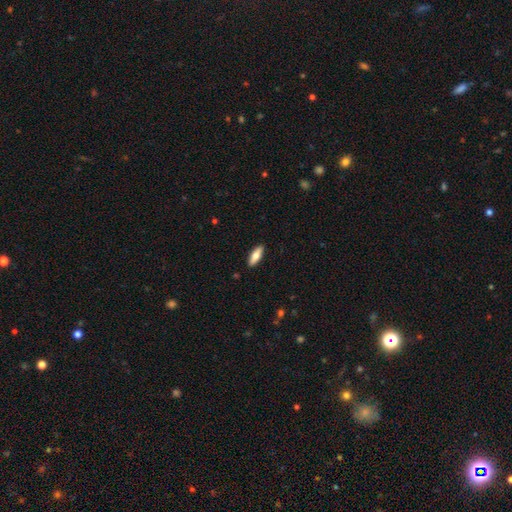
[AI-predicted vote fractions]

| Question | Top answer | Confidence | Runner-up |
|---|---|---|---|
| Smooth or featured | smooth | 73% | featured or disk (22%) |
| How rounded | in between | 59% | cigar-shaped (39%) |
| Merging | none | 90% | minor disturbance (7%) |